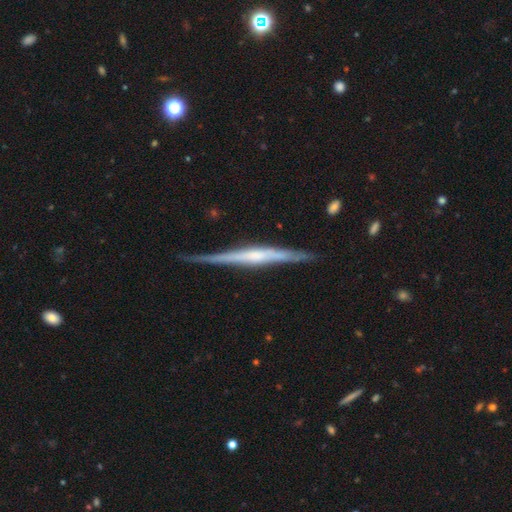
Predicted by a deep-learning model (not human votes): This appears to be a featured or disk galaxy (76%) viewed edge-on (98%) with a rounded central bulge (43%). Merging: none (82%).